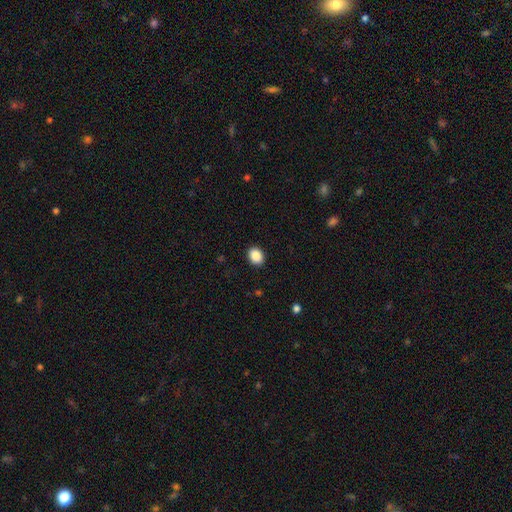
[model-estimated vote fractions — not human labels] The model was most divided on "how rounded": in between: 60%, round: 39%, cigar-shaped: 1%. More confident: merging — none (91%); smooth or featured — smooth (89%).